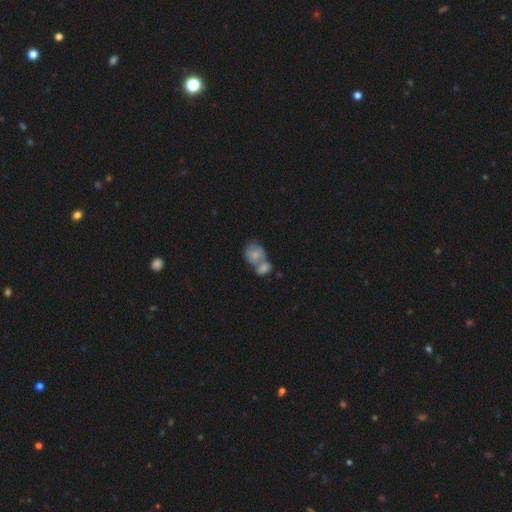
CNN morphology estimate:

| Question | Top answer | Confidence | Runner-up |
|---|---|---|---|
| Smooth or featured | smooth | 57% | featured or disk (34%) |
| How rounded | round | 51% | in between (48%) |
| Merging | merger | 63% | none (23%) |